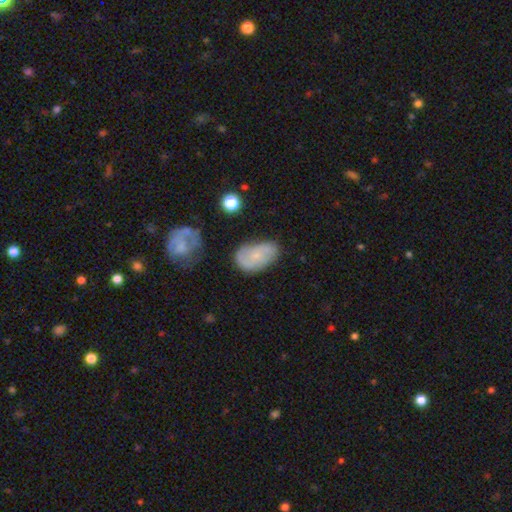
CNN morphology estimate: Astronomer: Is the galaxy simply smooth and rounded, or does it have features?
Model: featured or disk — 47% (runner-up: smooth, 45%).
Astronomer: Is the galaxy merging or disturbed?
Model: none — 58%.